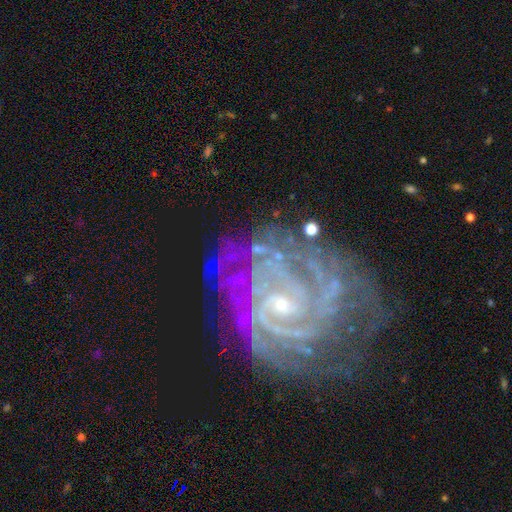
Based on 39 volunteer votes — Smooth or featured? featured or disk (92%)
Edge-on disk? no (97%)
Bar? no (54%)
Spiral arms? yes (100%)
Spiral winding? tight (74%)
Spiral arm count? 2 (49%)
Bulge size? small (86%)
Merging? none (68%)